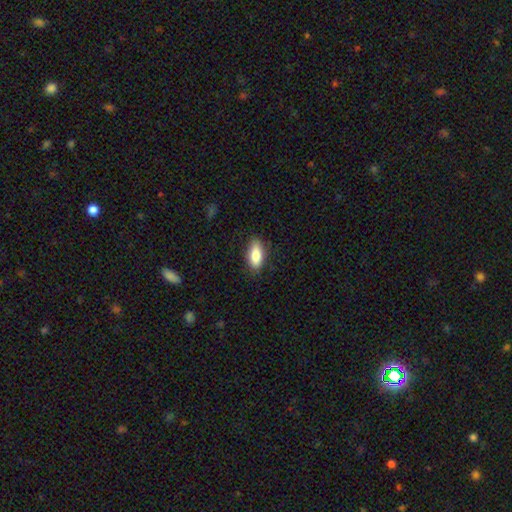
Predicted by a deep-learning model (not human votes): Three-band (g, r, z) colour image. It shows a smooth galaxy with no disk features (82%) that is in between round and cigar-shaped (84%). Merging: none (83%).